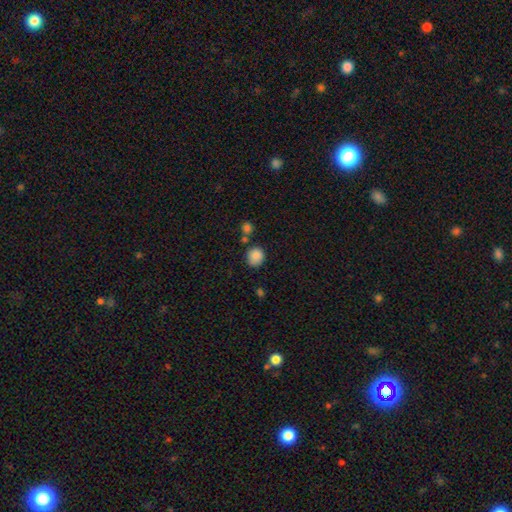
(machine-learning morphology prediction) The model was most divided on "merging": none: 72%, minor disturbance: 15%, merger: 9%, major disturbance: 4%. More confident: smooth or featured — smooth (87%); how rounded — round (80%).